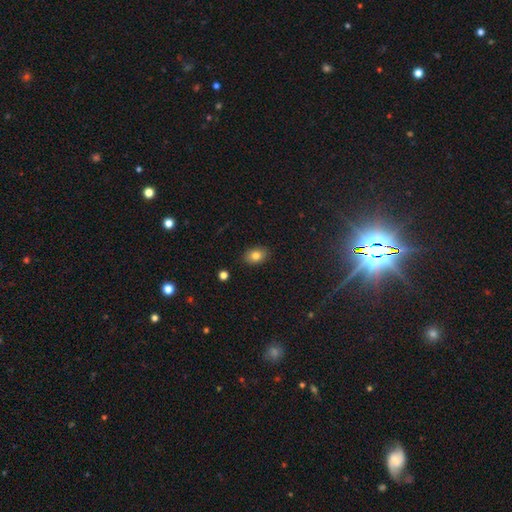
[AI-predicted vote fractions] smooth_or_featured: smooth (p=0.82) [alt: star or artifact p=0.09]
how_rounded: in between (p=0.81) [alt: round p=0.18]
merging: none (p=0.87) [alt: minor disturbance p=0.09]